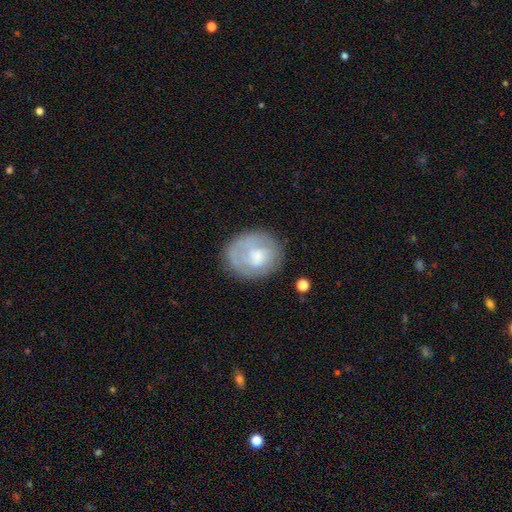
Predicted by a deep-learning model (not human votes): A smooth galaxy with no disk features (50%) that is round (62%).

Vote fractions:
- Smooth or featured? smooth: 50% / featured or disk: 43% / star or artifact: 7%
- How rounded? round: 62% / in between: 37% / cigar-shaped: 1%
- Merging? none: 65% / minor disturbance: 21% / major disturbance: 11% / merger: 3%